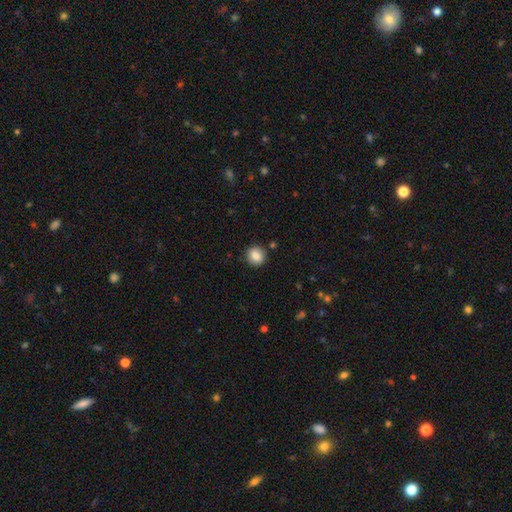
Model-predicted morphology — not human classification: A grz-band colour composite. It shows a smooth galaxy with no disk features (84%) that is round (87%). Merging: none (89%).